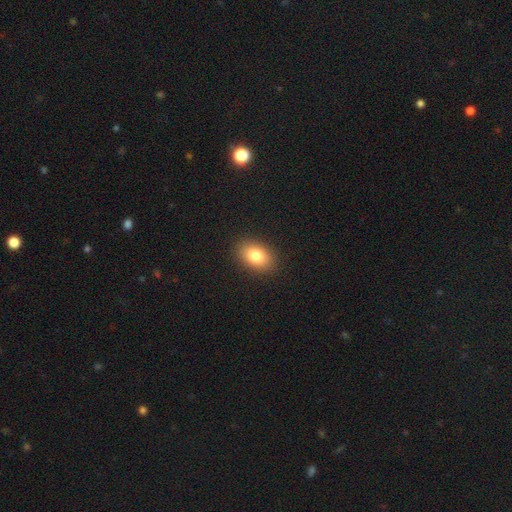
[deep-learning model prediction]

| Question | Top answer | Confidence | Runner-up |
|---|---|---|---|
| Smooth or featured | smooth | 82% | featured or disk (9%) |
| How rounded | in between | 83% | round (15%) |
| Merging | none | 89% | minor disturbance (7%) |